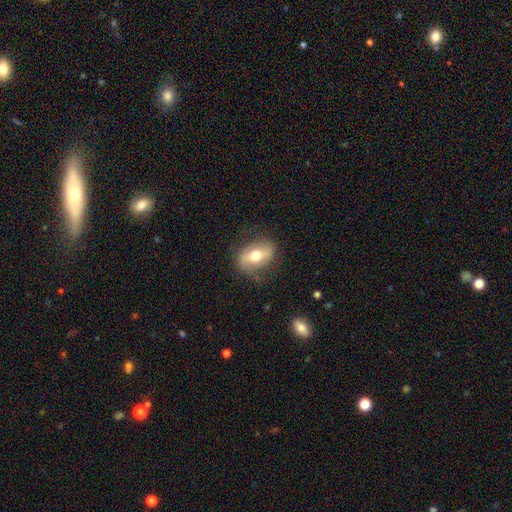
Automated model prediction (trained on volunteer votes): Smooth or featured? Predicted: featured or disk (p=0.49). Merging? Predicted: none (p=0.76).